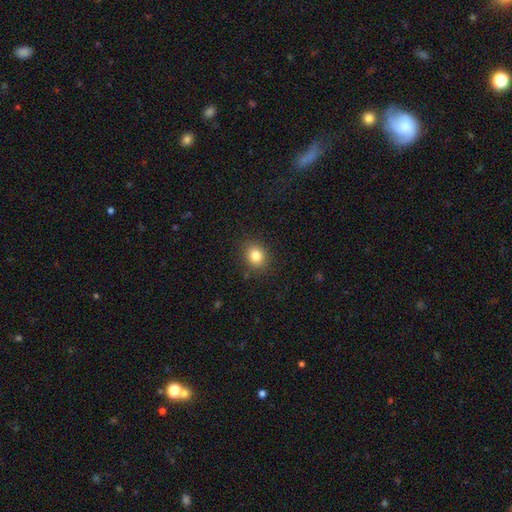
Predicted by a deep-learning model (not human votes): This is clearly a smooth galaxy (83%). How rounded: likely round (63%). Merging: clearly none (88%).